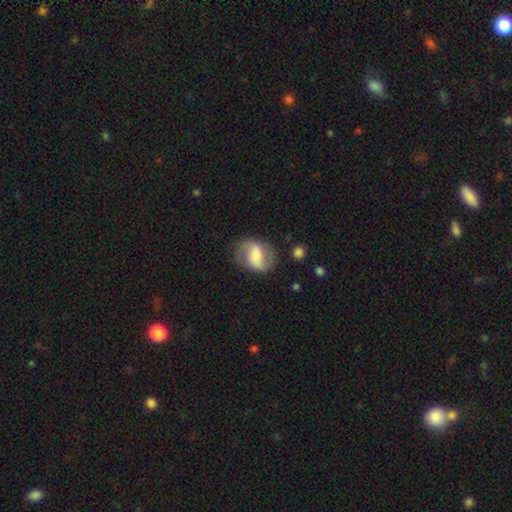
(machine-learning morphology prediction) smooth_or_featured: featured or disk (p=0.66) [alt: smooth p=0.27]
disk_edge_on: no (p=0.97) [alt: yes p=0.03]
bar: weak (p=0.42) [alt: strong p=0.30]
has_spiral_arms: yes (p=0.90) [alt: no p=0.10]
spiral_winding: loose (p=0.44) [alt: medium p=0.41]
spiral_arm_count: 2 (p=0.90) [alt: can't tell p=0.05]
bulge_size: moderate (p=0.38) [alt: small p=0.28]
merging: none (p=0.76) [alt: minor disturbance p=0.15]